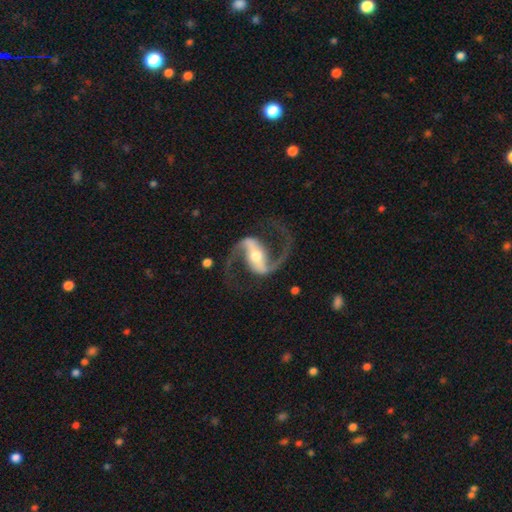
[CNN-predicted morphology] This is clearly a featured or disk galaxy (93%). It is clearly not viewed edge-on (97%). Bar: likely strong (64%). Spiral arm pattern: clearly yes (98%). Spiral arm count: clearly 2 (95%). Spiral winding: possibly loose (50%). Central bulge: possibly moderate (56%). Merging: likely none (79%).